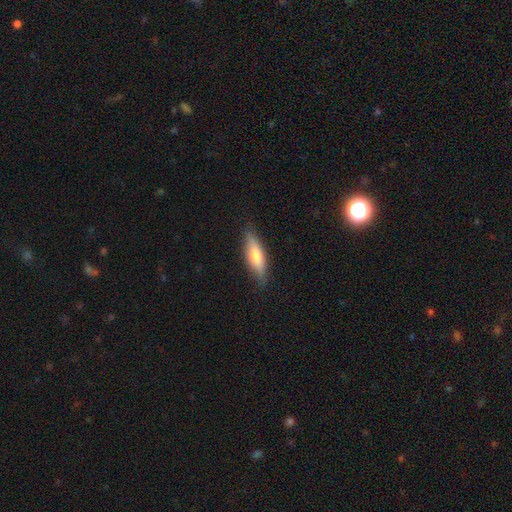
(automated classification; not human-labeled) Smooth or featured? Predicted: smooth (p=0.62). How rounded? Predicted: cigar-shaped (p=0.56). Merging? Predicted: none (p=0.84).